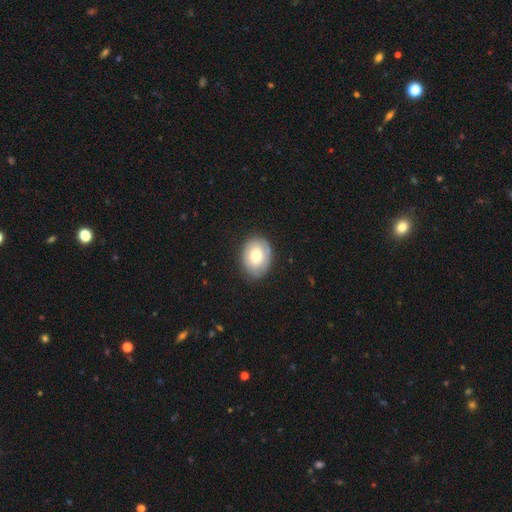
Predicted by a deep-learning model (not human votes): This appears to be a smooth galaxy with no disk features (66%) that is in between round and cigar-shaped (58%). Merging: none (80%).